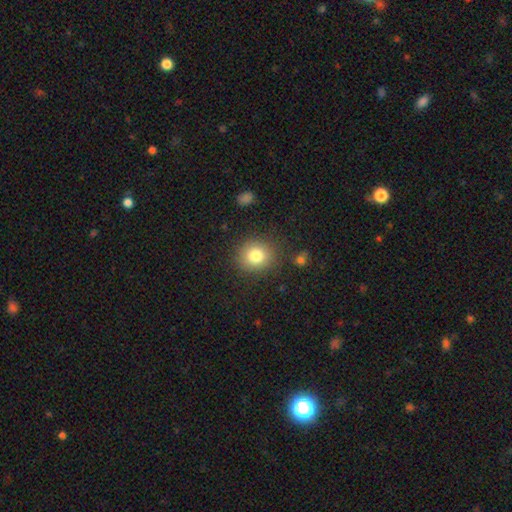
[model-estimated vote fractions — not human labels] Morphology: type=smooth (81%); roundness=round (82%); merging=none (86%).